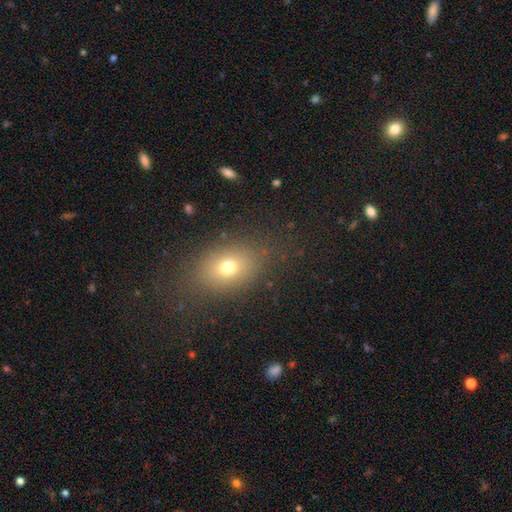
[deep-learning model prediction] This is likely a smooth galaxy (65%). How rounded: likely in between (70%). Merging: clearly none (82%).